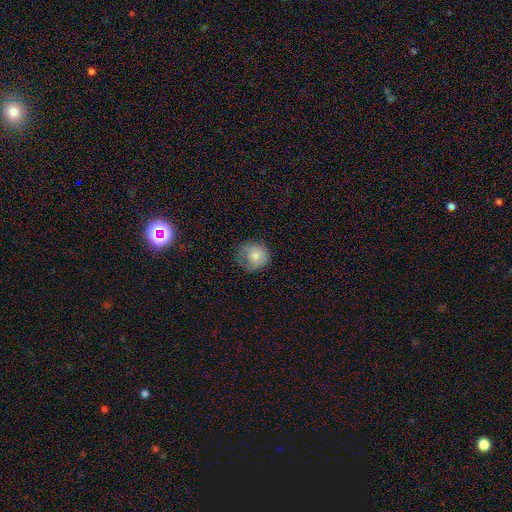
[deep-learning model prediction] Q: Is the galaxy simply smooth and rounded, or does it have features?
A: smooth — 79%.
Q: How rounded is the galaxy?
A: round — 85%.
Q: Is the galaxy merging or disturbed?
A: none — 61%.